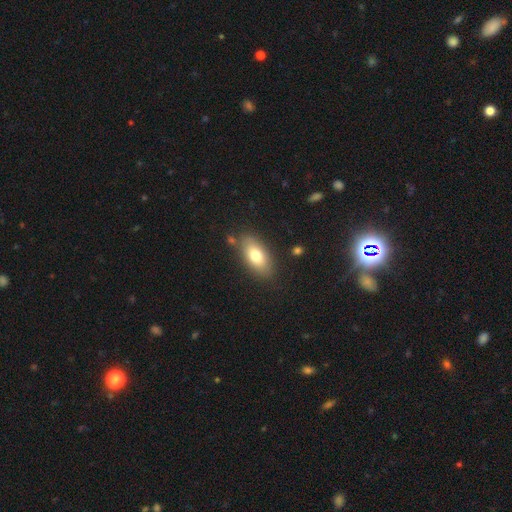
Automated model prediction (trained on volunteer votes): smooth_or_featured: smooth (p=0.76) [alt: featured or disk p=0.17]
how_rounded: in between (p=0.88) [alt: cigar-shaped p=0.08]
merging: none (p=0.80) [alt: minor disturbance p=0.12]